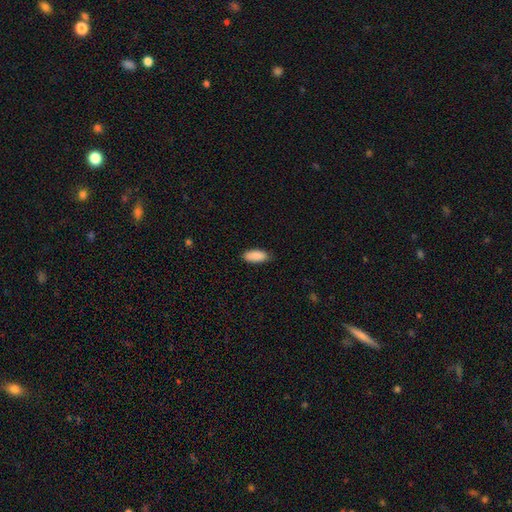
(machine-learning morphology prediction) This appears to be a smooth galaxy with no disk features (90%) that is in between round and cigar-shaped (86%). Merging: none (85%).